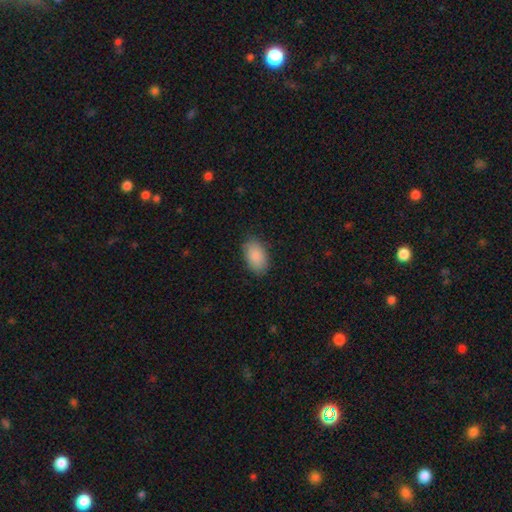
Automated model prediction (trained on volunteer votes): smooth 88%, star or artifact 7%, featured or disk 5%. Down the decision tree: how rounded — in between (93%); merging — none (86%).